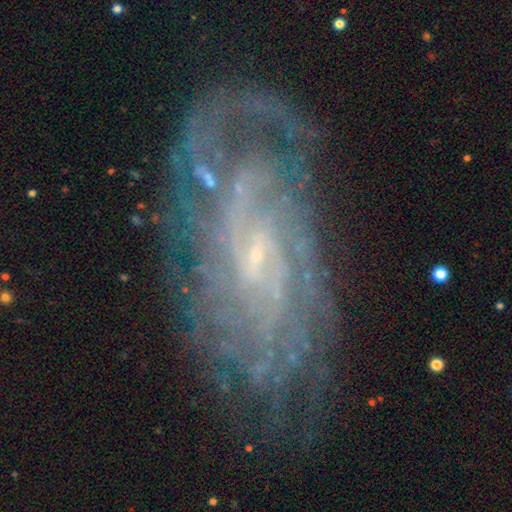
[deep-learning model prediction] Overall: featured or disk (86%). Edge-on disk: no (94%). Bar: no (45%; weak 42%). Spiral arms: yes (95%). Spiral arm count: can't tell (39%; more than 4 15%). Spiral winding: tight (62%; medium 29%). Bulge size: small (81%). Merging: none (71%).